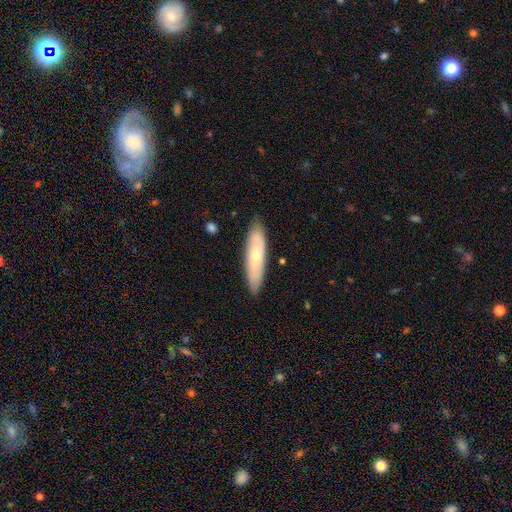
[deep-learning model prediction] Q: Smooth or featured?
A: smooth (50%); runner-up: featured or disk (44%)
Q: How rounded?
A: cigar-shaped (63%); runner-up: in between (35%)
Q: Merging?
A: none (85%); runner-up: minor disturbance (12%)